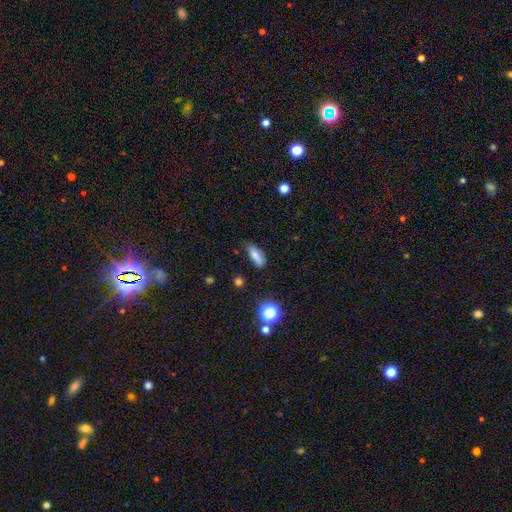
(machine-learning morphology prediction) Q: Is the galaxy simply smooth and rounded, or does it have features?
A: smooth — 78%.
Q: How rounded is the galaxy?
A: in between — 63%.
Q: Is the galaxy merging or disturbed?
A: none — 73%.